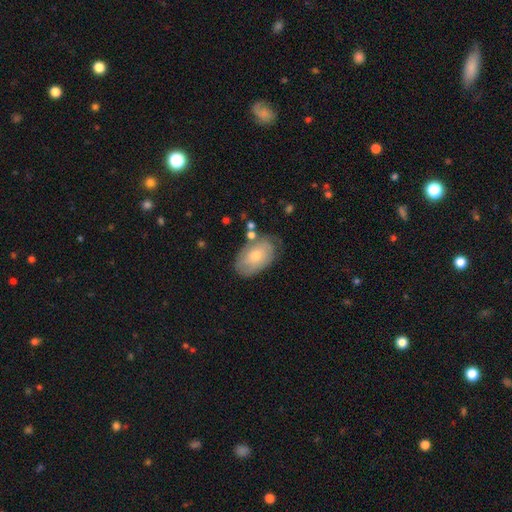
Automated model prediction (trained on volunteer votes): A smooth galaxy with no disk features (58%) that is in between round and cigar-shaped (91%).

Vote fractions:
- Smooth or featured? smooth: 58% / featured or disk: 35% / star or artifact: 7%
- How rounded? in between: 91% / round: 8% / cigar-shaped: 2%
- Merging? none: 70% / minor disturbance: 20% / major disturbance: 5% / merger: 5%